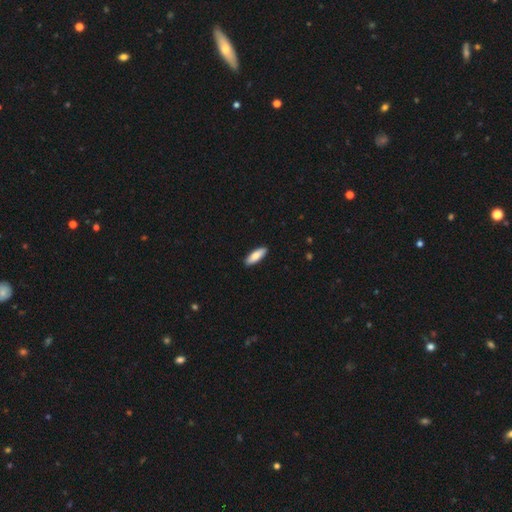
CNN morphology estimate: type=smooth (80%); roundness=in between (58%); merging=none (91%).